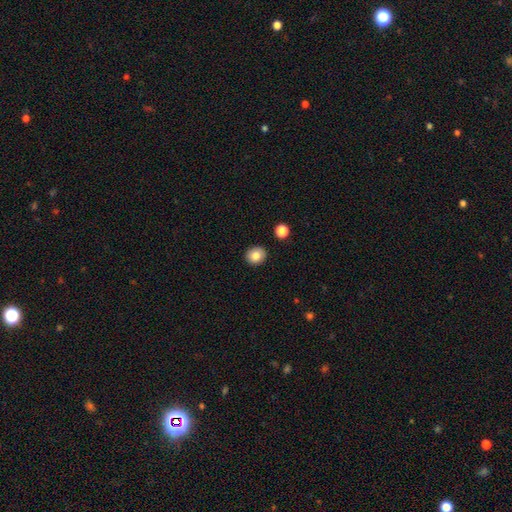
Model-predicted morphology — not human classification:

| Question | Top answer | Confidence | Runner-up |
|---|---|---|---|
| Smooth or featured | smooth | 83% | star or artifact (9%) |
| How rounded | round | 78% | in between (21%) |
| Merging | none | 91% | minor disturbance (6%) |